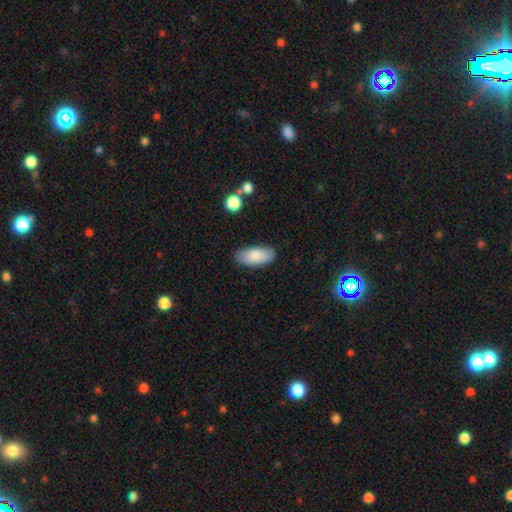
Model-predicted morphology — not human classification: type=smooth (86%); roundness=in between (90%); merging=none (85%).